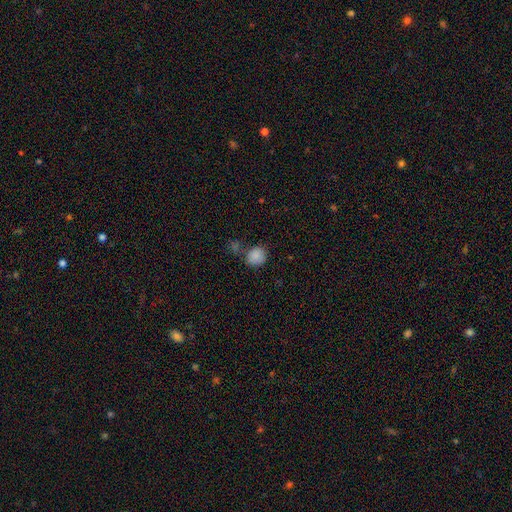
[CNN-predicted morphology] This is clearly a smooth galaxy (85%). How rounded: likely round (77%). Merging: possibly none (60%).